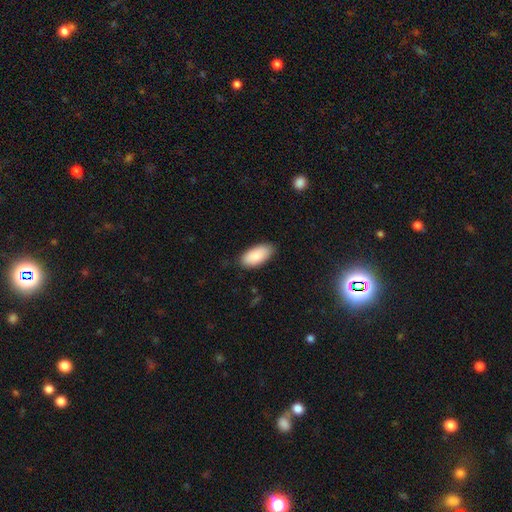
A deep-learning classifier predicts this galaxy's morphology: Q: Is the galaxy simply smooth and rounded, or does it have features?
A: smooth — 88%.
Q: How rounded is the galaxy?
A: in between — 93%.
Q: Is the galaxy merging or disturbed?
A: none — 84%.